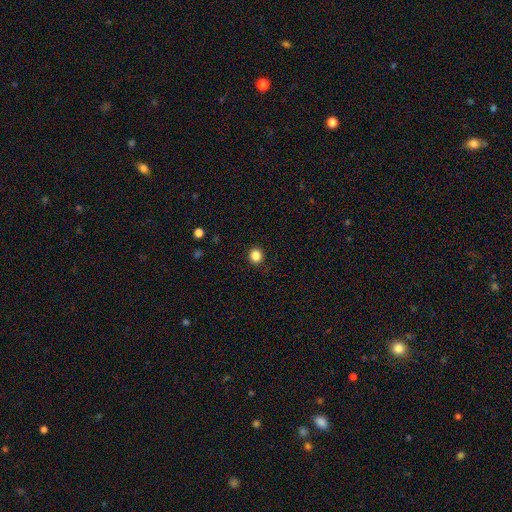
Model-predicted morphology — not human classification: Smooth or featured? smooth (85%)
How rounded? round (90%)
Merging? none (91%)